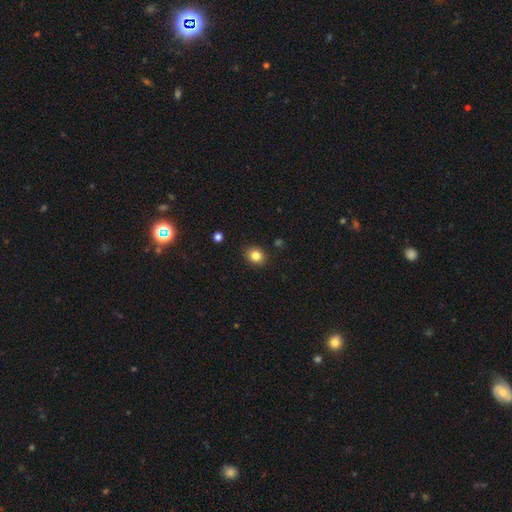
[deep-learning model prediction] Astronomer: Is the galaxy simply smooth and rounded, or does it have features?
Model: smooth — 83%.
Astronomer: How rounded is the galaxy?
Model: round — 61% (runner-up: in between, 38%).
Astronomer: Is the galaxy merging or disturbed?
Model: none — 89%.